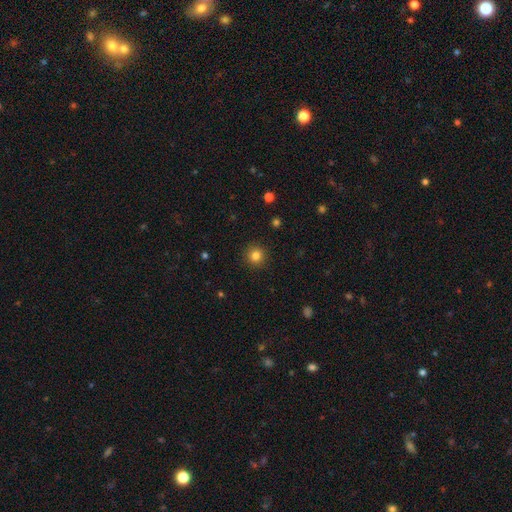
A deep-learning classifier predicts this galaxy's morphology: Smooth or featured: smooth — 82% (star or artifact — 13%)
How rounded: round — 94% (in between — 5%)
Merging: none — 92% (minor disturbance — 5%)